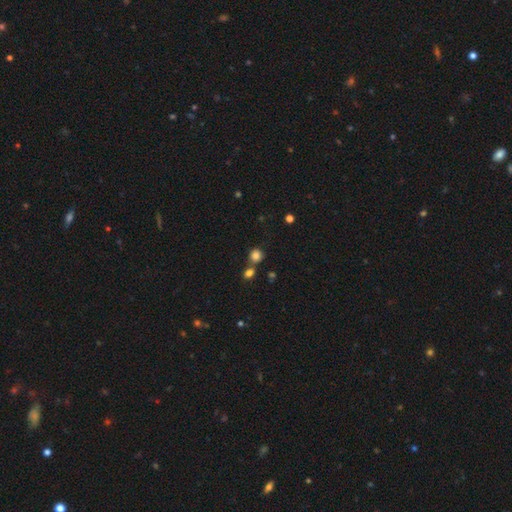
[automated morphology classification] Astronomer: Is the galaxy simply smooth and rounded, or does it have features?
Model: smooth — 82%.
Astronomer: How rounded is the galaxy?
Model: round — 86%.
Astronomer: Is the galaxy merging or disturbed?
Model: none — 65%.